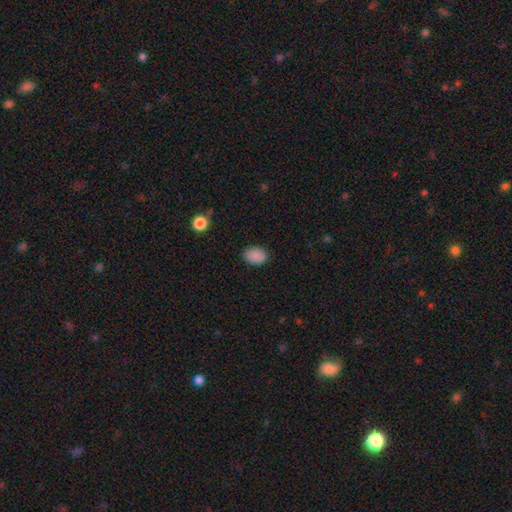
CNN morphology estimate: A smooth galaxy with no disk features (88%) that is in between round and cigar-shaped (71%).

Vote fractions:
- Smooth or featured? smooth: 88% / star or artifact: 9% / featured or disk: 3%
- How rounded? in between: 71% / round: 28% / cigar-shaped: 1%
- Merging? none: 87% / minor disturbance: 10% / major disturbance: 2% / merger: 1%